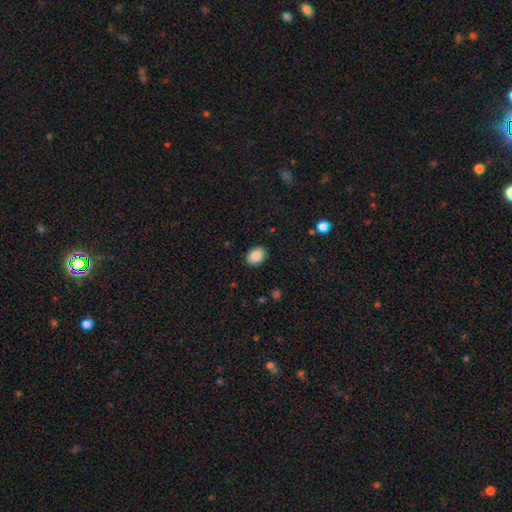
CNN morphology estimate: Q: Smooth or featured?
A: smooth (89%); runner-up: star or artifact (8%)
Q: How rounded?
A: in between (71%); runner-up: round (28%)
Q: Merging?
A: none (87%); runner-up: minor disturbance (10%)